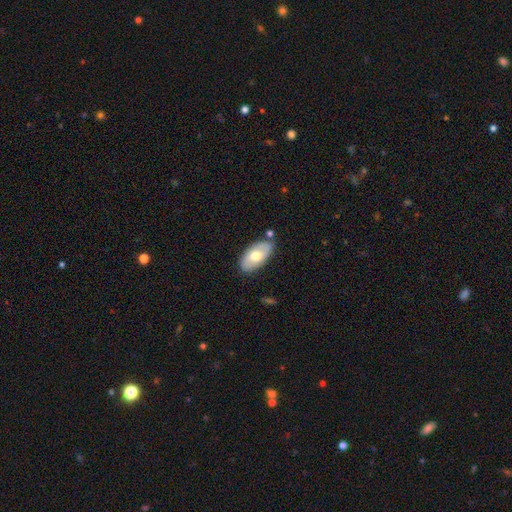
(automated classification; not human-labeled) Q: Smooth or featured?
A: smooth (61%); runner-up: featured or disk (33%)
Q: How rounded?
A: in between (94%); runner-up: round (3%)
Q: Merging?
A: none (78%); runner-up: minor disturbance (14%)